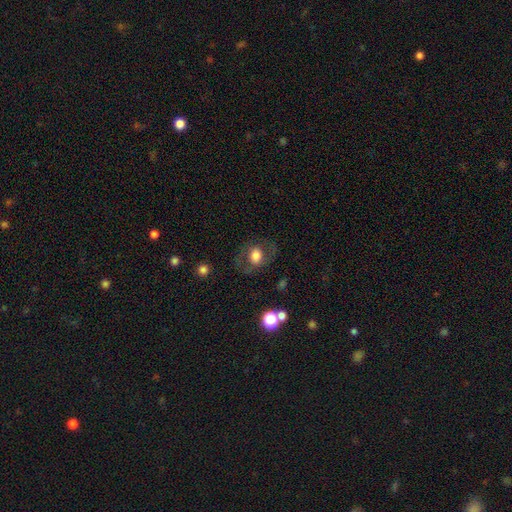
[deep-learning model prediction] A smooth galaxy with no disk features (60%) that is in between round and cigar-shaped (49%, tied with round). Merging: none (74%).